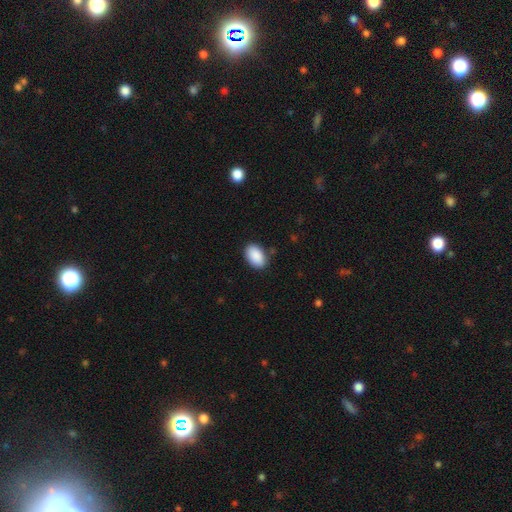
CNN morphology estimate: smooth_or_featured: smooth (p=0.90) [alt: star or artifact p=0.07]
how_rounded: in between (p=0.92) [alt: round p=0.07]
merging: none (p=0.86) [alt: minor disturbance p=0.10]